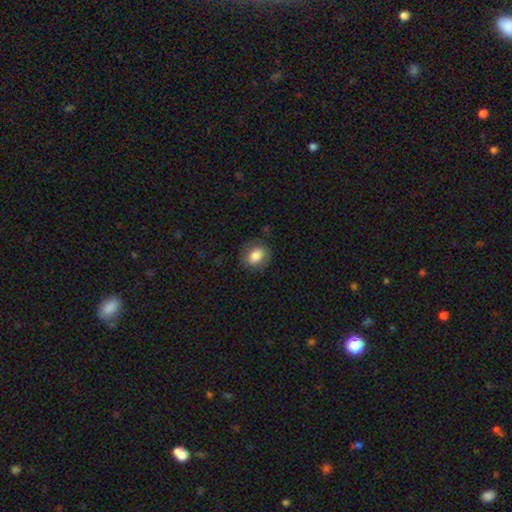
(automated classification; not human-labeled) Overall: smooth (81%). How rounded: in between (50%; round 49%). Merging: none (79%).